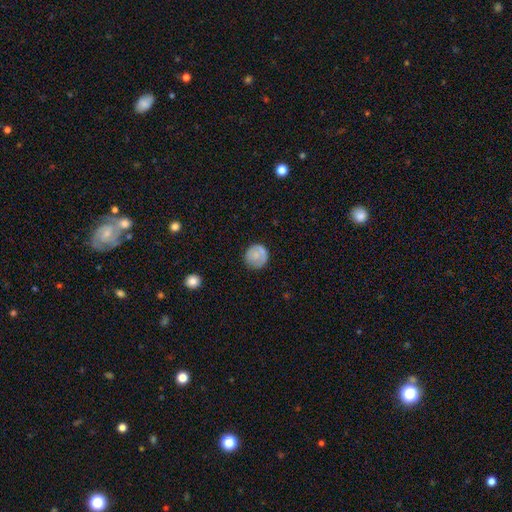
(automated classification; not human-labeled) Smooth or featured? Predicted: smooth (p=0.72). How rounded? Predicted: round (p=0.92). Merging? Predicted: none (p=0.78).